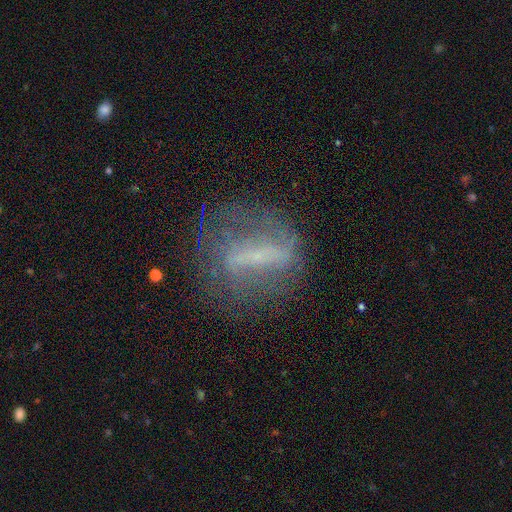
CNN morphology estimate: smooth_or_featured: featured or disk (p=0.64) [alt: smooth p=0.24]
disk_edge_on: no (p=0.83) [alt: yes p=0.17]
bar: strong (p=0.58) [alt: weak p=0.26]
has_spiral_arms: no (p=0.57) [alt: yes p=0.43]
bulge_size: small (p=0.55) [alt: none p=0.29]
merging: none (p=0.63) [alt: minor disturbance p=0.19]